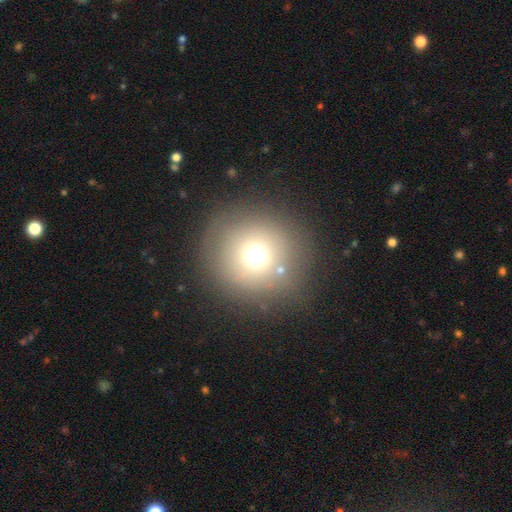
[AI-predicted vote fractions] Overall: smooth (69%). How rounded: round (94%). Merging: none (85%).